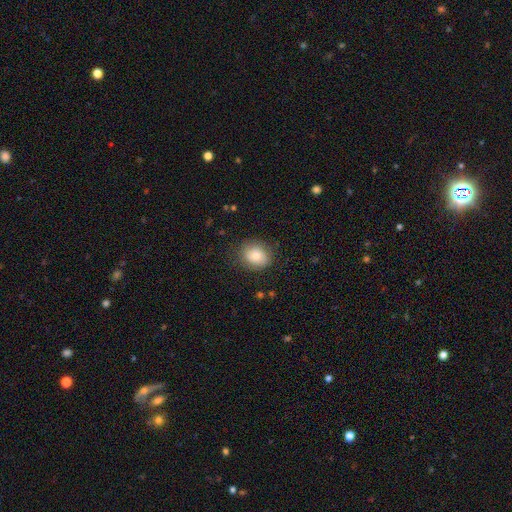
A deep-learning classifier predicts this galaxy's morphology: A smooth galaxy with no disk features (80%) that is round (61%). Merging: none (79%).